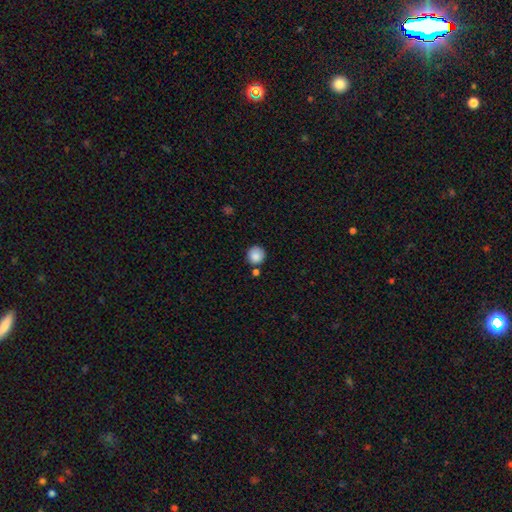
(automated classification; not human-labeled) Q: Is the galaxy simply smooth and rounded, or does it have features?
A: smooth — 86%.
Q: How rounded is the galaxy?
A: round — 93%.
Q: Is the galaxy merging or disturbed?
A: none — 78%.